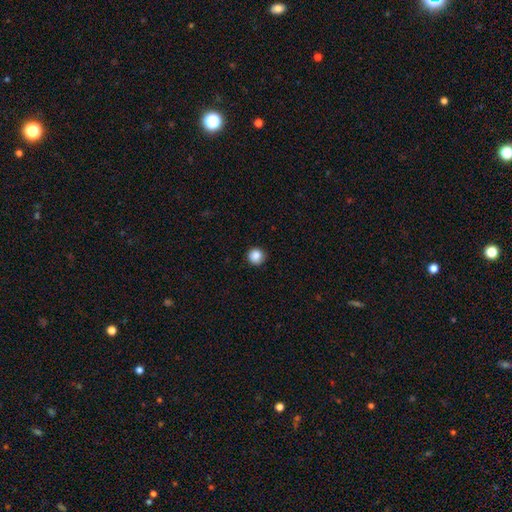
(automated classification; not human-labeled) Smooth or featured?
  - smooth: 87% *
  - star or artifact: 10%
  - featured or disk: 3%
How rounded?
  - round: 95% *
  - in between: 4%
  - cigar-shaped: 1%
Merging?
  - none: 90% *
  - minor disturbance: 7%
  - major disturbance: 2%
  - merger: 1%